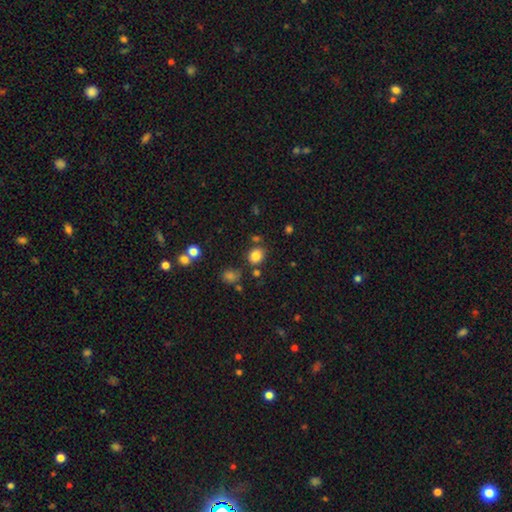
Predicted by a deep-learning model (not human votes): Overall: smooth (82%). How rounded: round (66%; in between 33%). Merging: none (76%).